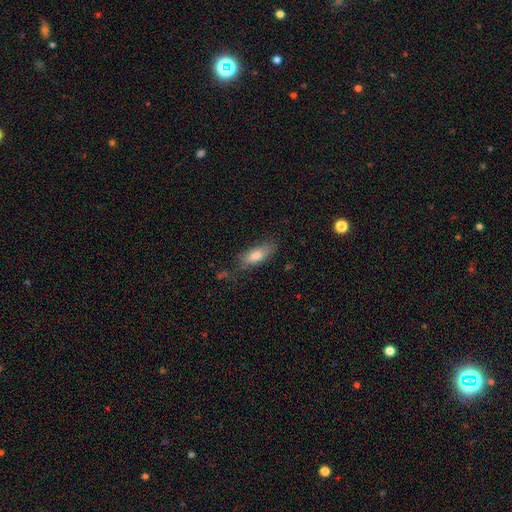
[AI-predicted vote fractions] smooth_or_featured: smooth (p=0.77) [alt: featured or disk p=0.16]
how_rounded: in between (p=0.69) [alt: cigar-shaped p=0.28]
merging: none (p=0.69) [alt: minor disturbance p=0.22]